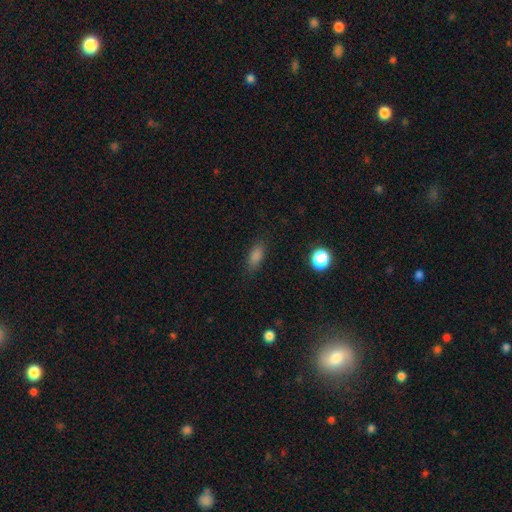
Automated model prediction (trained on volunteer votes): The model was most divided on "how rounded": in between: 80%, cigar-shaped: 13%, round: 7%. More confident: merging — none (83%); smooth or featured — smooth (81%).